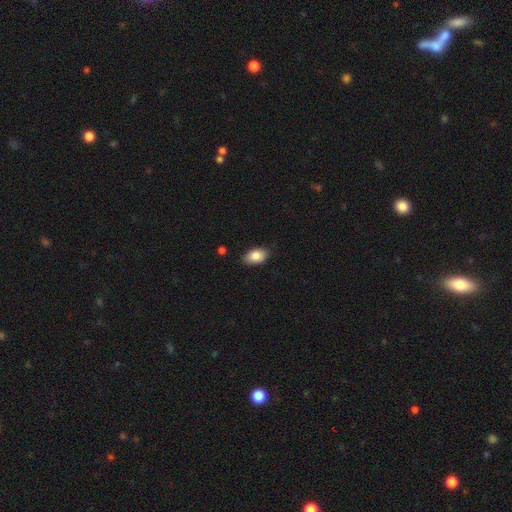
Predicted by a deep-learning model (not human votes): Q: Smooth or featured?
A: smooth (85%); runner-up: featured or disk (8%)
Q: How rounded?
A: in between (91%); runner-up: round (7%)
Q: Merging?
A: none (84%); runner-up: minor disturbance (13%)